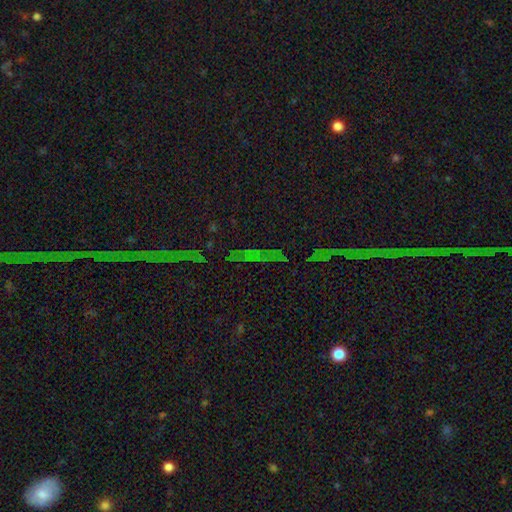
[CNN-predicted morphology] A star or artifact, not a galaxy (76%).